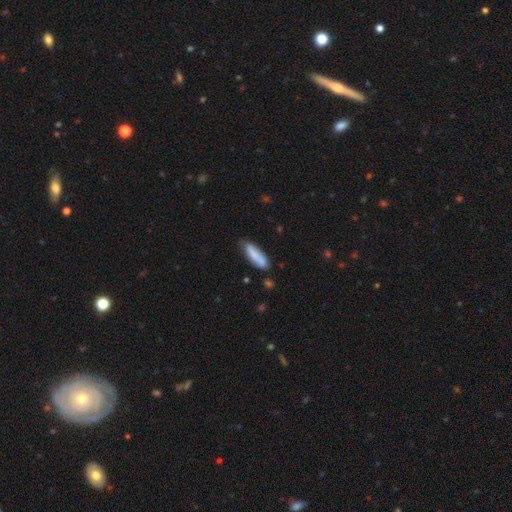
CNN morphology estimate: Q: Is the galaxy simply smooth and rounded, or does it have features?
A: smooth — 82%.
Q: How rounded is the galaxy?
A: cigar-shaped — 52%.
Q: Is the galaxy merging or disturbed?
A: none — 69%.